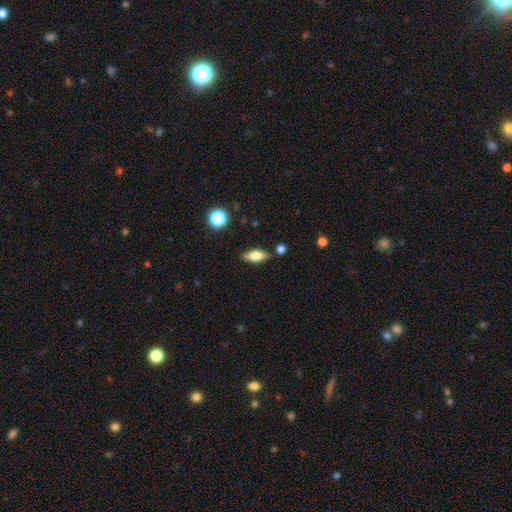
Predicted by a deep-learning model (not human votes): smooth-or-featured: smooth: 69% | featured or disk: 23% | star or artifact: 8%
  how-rounded: in between: 76% | cigar-shaped: 20% | round: 4%
  merging: none: 82% | minor disturbance: 11% | merger: 4% | major disturbance: 3%